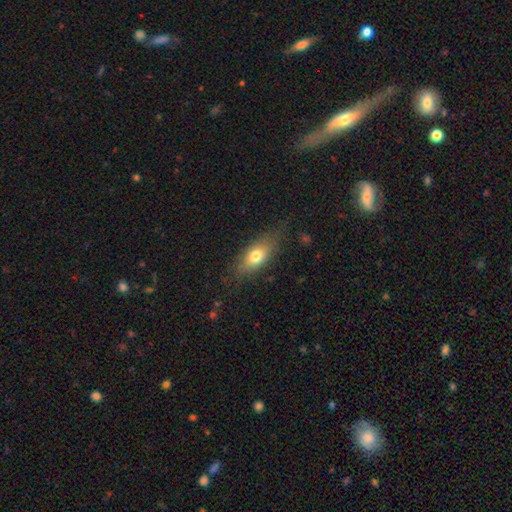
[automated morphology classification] A smooth galaxy with no disk features (72%) that is in between round and cigar-shaped (79%).

Vote fractions:
- Smooth or featured? smooth: 72% / featured or disk: 20% / star or artifact: 8%
- How rounded? in between: 79% / cigar-shaped: 14% / round: 7%
- Merging? none: 72% / minor disturbance: 19% / major disturbance: 7% / merger: 1%